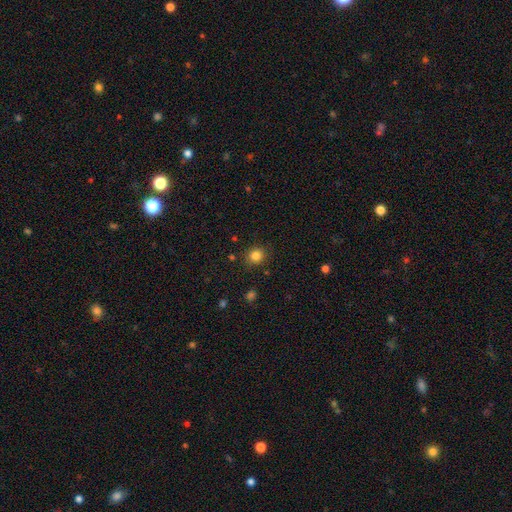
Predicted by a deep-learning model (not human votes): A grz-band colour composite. It shows a smooth galaxy with no disk features (83%) that is round (85%). Merging: none (87%).